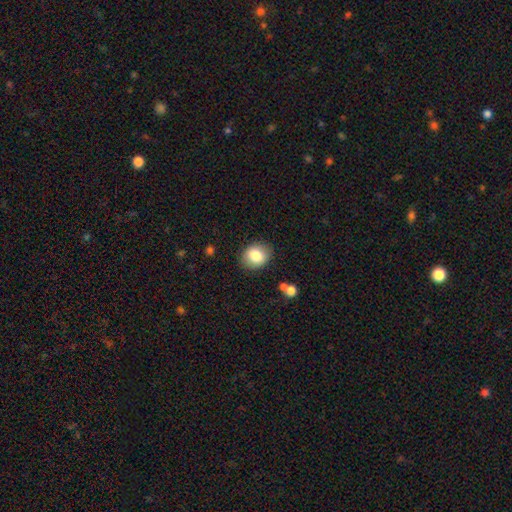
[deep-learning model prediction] A smooth galaxy with no disk features (82%) that is round (57%). Merging: none (86%).